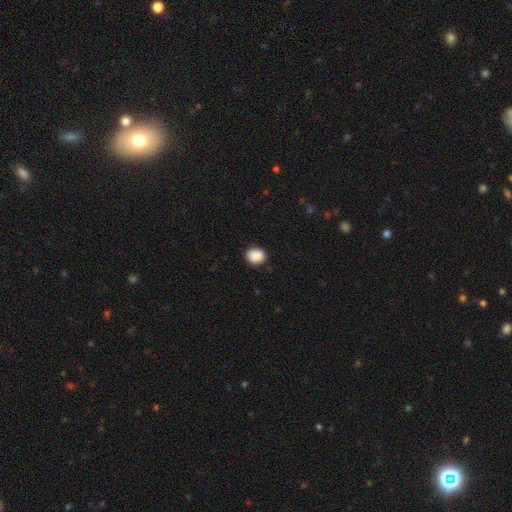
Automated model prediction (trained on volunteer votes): A smooth galaxy with no disk features (90%) that is round (65%). Merging: none (88%).